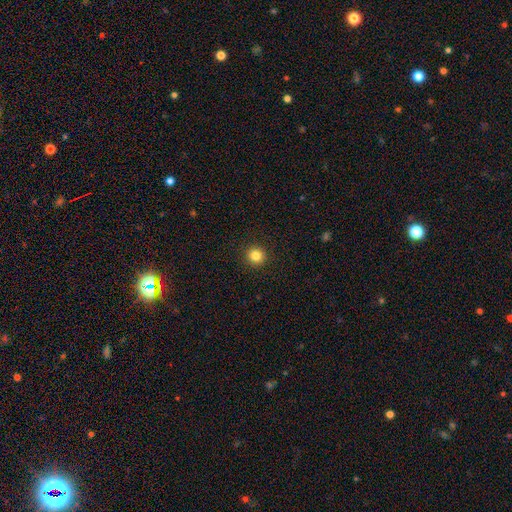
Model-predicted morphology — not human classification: smooth_or_featured: smooth (p=0.84) [alt: star or artifact p=0.12]
how_rounded: round (p=0.95) [alt: in between p=0.04]
merging: none (p=0.93) [alt: minor disturbance p=0.04]